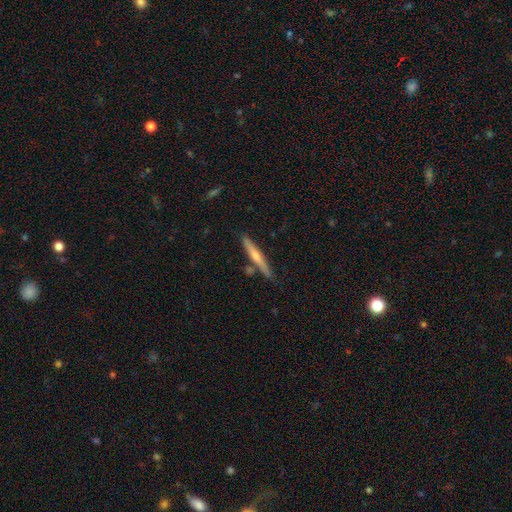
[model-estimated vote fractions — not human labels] Q: Smooth or featured?
A: featured or disk (50%); runner-up: smooth (44%)
Q: Edge-on disk?
A: yes (96%); runner-up: no (4%)
Q: Merging?
A: none (81%); runner-up: minor disturbance (11%)